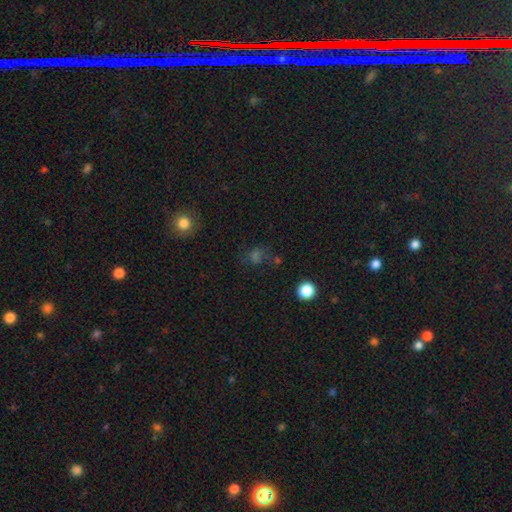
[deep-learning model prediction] smooth_or_featured: smooth (p=0.47) [alt: star or artifact p=0.39]
merging: none (p=0.61) [alt: minor disturbance p=0.16]